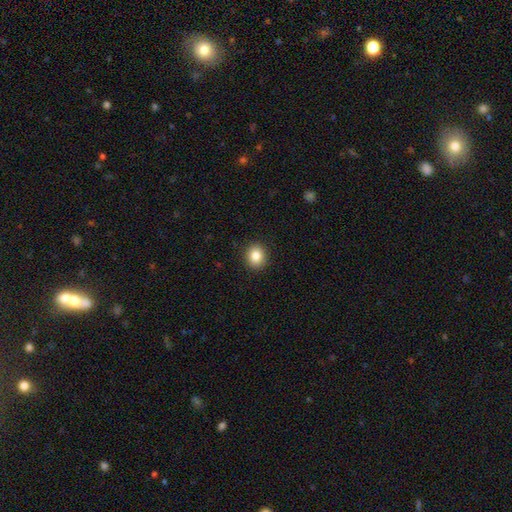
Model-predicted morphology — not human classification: smooth_or_featured: smooth (p=0.85) [alt: star or artifact p=0.10]
how_rounded: round (p=0.71) [alt: in between p=0.28]
merging: none (p=0.91) [alt: minor disturbance p=0.06]